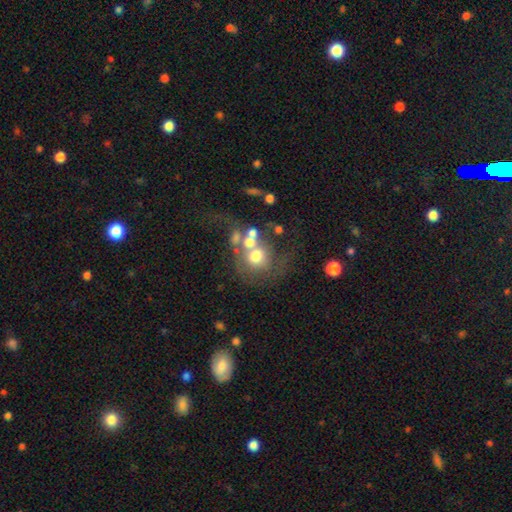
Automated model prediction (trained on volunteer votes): smooth_or_featured: smooth (p=0.52) [alt: featured or disk p=0.34]
how_rounded: round (p=0.77) [alt: in between p=0.22]
merging: merger (p=0.41) [alt: none p=0.27]